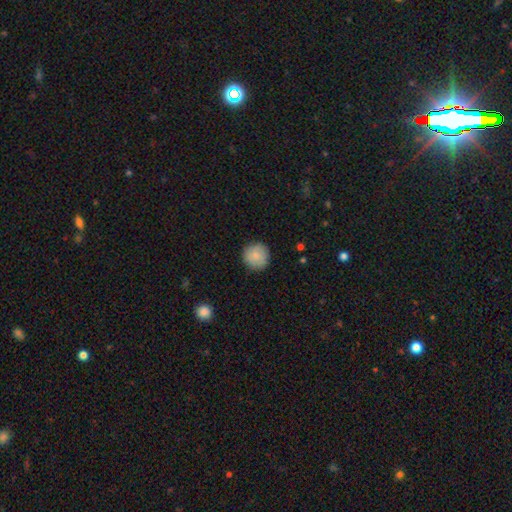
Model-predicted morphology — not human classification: Smooth or featured? smooth (85%)
How rounded? round (95%)
Merging? none (89%)